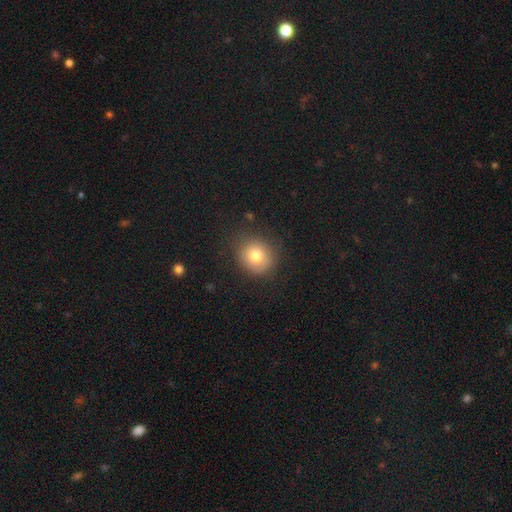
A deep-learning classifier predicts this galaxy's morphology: Smooth or featured?
  - smooth: 77% *
  - featured or disk: 12%
  - star or artifact: 11%
How rounded?
  - round: 82% *
  - in between: 17%
  - cigar-shaped: 1%
Merging?
  - none: 82% *
  - minor disturbance: 13%
  - major disturbance: 4%
  - merger: 1%